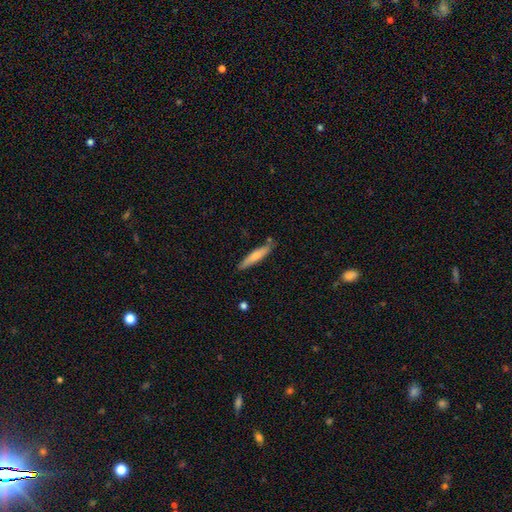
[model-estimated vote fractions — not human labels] A smooth galaxy with no disk features (67%) that is cigar-shaped (88%). Merging: none (79%).